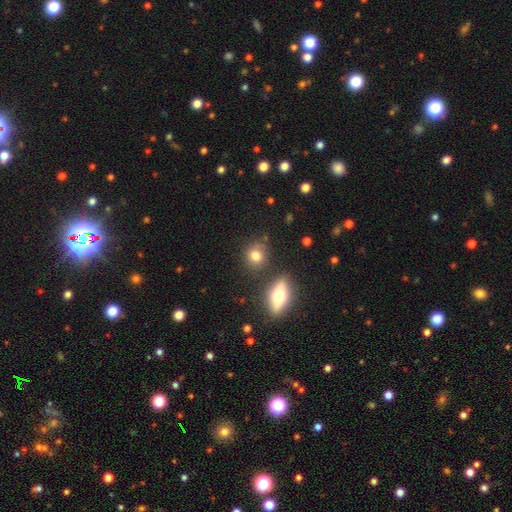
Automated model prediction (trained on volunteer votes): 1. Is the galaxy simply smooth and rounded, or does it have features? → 78% smooth, 11% star or artifact, 11% featured or disk.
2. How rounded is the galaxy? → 71% round, 26% in between, 2% cigar-shaped.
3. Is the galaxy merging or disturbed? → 76% none, 12% minor disturbance, 9% merger, 4% major disturbance.